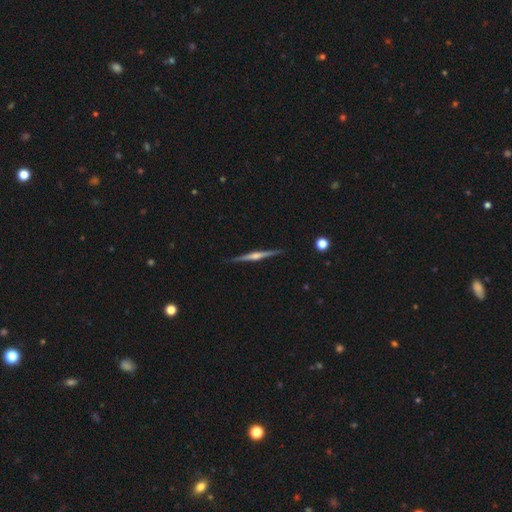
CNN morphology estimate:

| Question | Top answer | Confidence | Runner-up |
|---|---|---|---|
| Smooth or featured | featured or disk | 82% | smooth (13%) |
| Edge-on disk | yes | 99% | no (1%) |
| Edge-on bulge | rounded | 82% | boxy (10%) |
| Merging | none | 91% | minor disturbance (6%) |